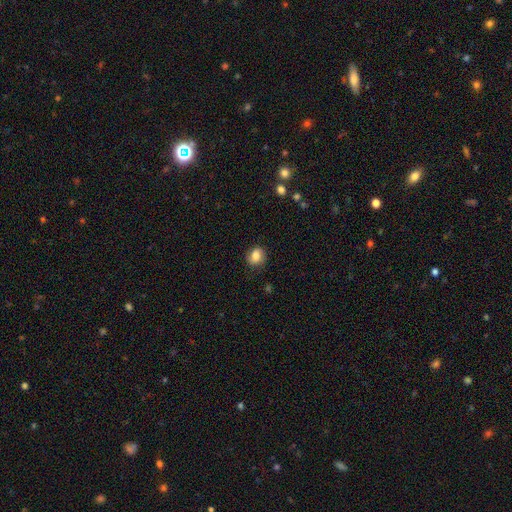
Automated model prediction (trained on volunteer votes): smooth_or_featured: smooth (p=0.81) [alt: featured or disk p=0.10]
how_rounded: round (p=0.66) [alt: in between p=0.33]
merging: none (p=0.82) [alt: minor disturbance p=0.13]